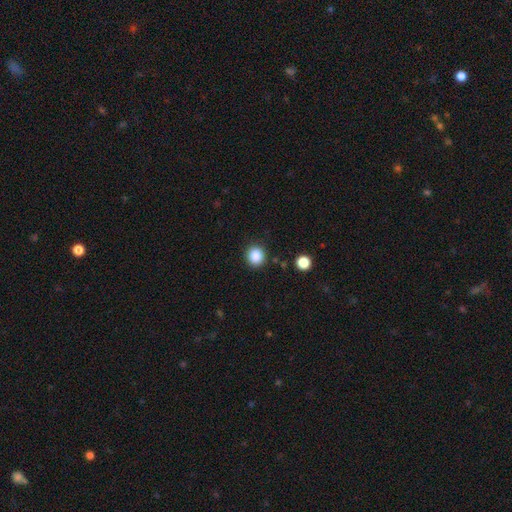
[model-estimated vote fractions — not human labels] Q: Smooth or featured?
A: smooth (86%); runner-up: star or artifact (10%)
Q: How rounded?
A: round (88%); runner-up: in between (11%)
Q: Merging?
A: none (89%); runner-up: minor disturbance (7%)